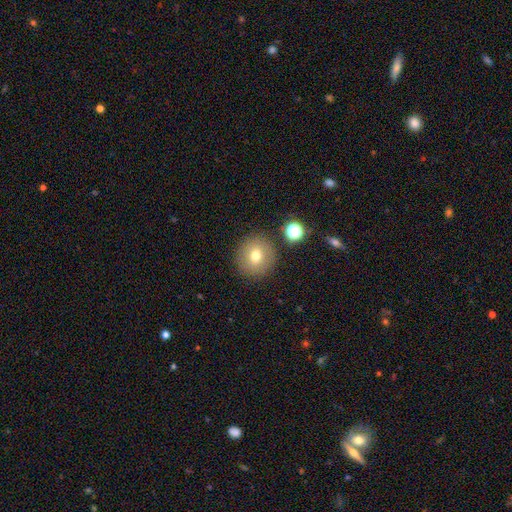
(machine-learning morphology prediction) Smooth or featured? smooth (73%)
How rounded? round (92%)
Merging? none (85%)